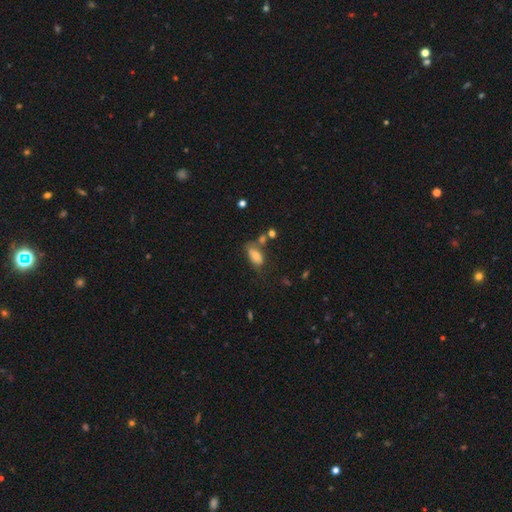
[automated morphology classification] A smooth galaxy with no disk features (76%) that is in between round and cigar-shaped (86%). Merging: none (42%).